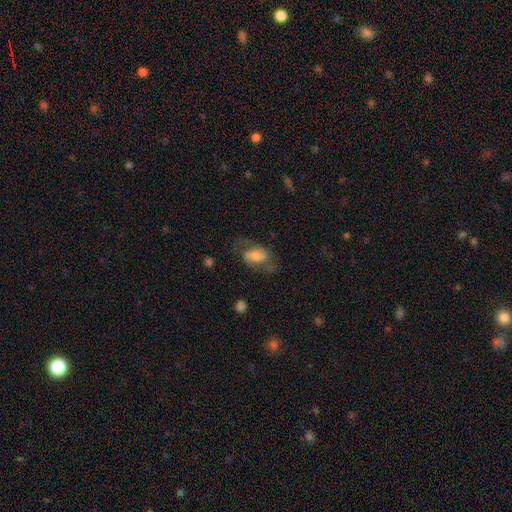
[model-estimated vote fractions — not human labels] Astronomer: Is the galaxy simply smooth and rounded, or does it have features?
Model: featured or disk — 48% (runner-up: smooth, 43%).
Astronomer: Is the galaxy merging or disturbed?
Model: none — 56%.